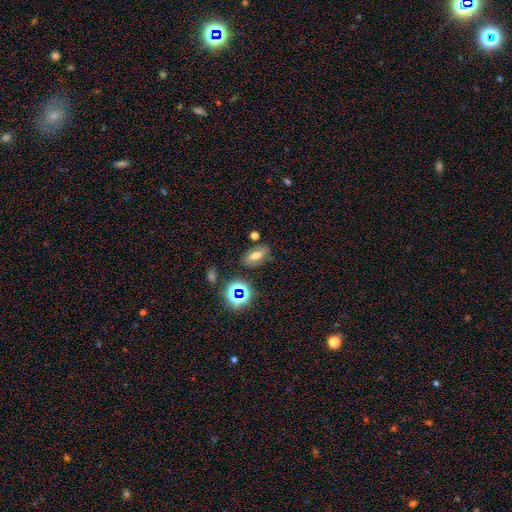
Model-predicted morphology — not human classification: This appears to be a smooth galaxy with no disk features (57%) that is in between round and cigar-shaped (83%). Merging: none (72%).